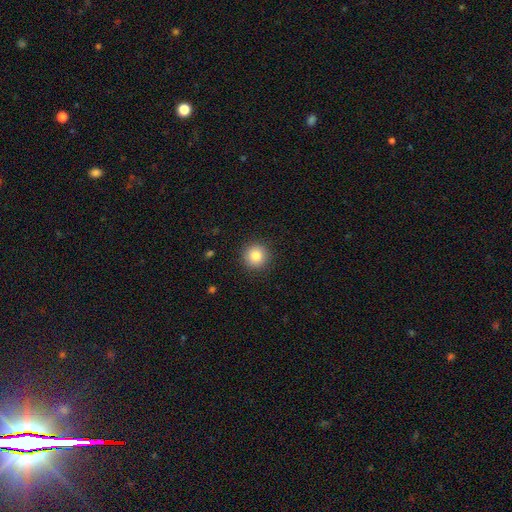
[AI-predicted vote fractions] A smooth galaxy with no disk features (83%) that is round (95%). Merging: none (91%).